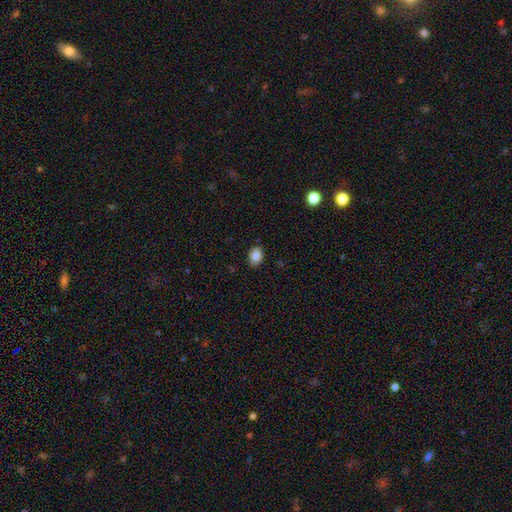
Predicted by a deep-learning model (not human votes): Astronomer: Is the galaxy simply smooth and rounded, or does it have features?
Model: smooth — 86%.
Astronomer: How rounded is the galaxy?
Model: in between — 72%.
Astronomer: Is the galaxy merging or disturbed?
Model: none — 87%.